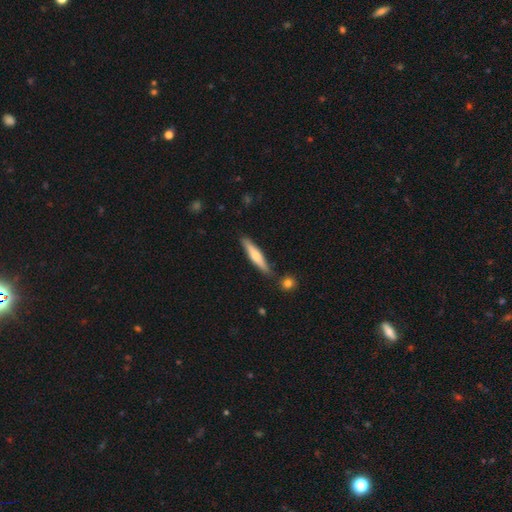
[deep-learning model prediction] Smooth or featured?
  - smooth: 50% *
  - featured or disk: 45%
  - star or artifact: 5%
Merging?
  - none: 84% *
  - minor disturbance: 10%
  - merger: 4%
  - major disturbance: 2%